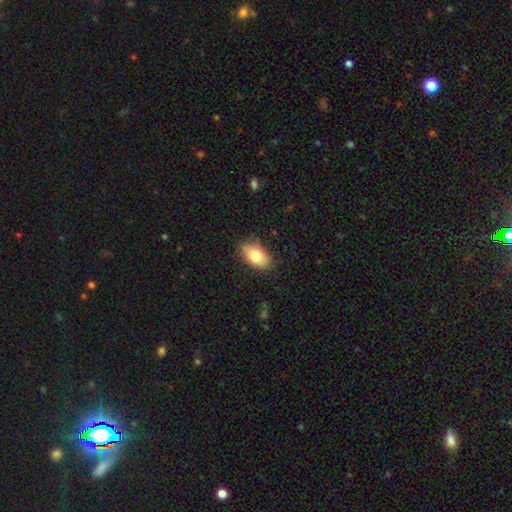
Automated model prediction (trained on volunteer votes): Smooth or featured?
  - smooth: 76% *
  - featured or disk: 17%
  - star or artifact: 7%
How rounded?
  - in between: 90% *
  - round: 7%
  - cigar-shaped: 3%
Merging?
  - none: 82% *
  - minor disturbance: 14%
  - major disturbance: 3%
  - merger: 1%